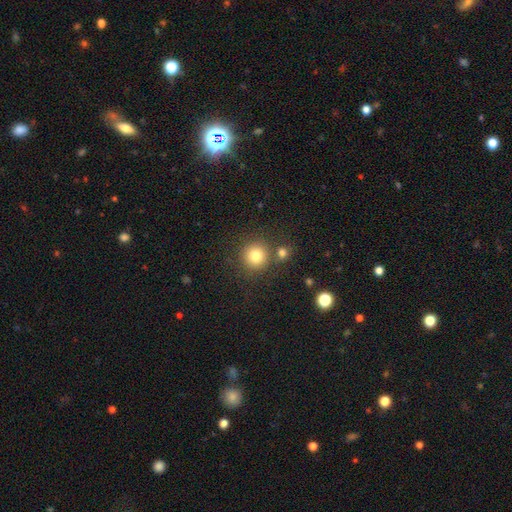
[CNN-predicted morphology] Smooth or featured?
  - smooth: 80% *
  - star or artifact: 13%
  - featured or disk: 7%
How rounded?
  - round: 93% *
  - in between: 6%
  - cigar-shaped: 1%
Merging?
  - none: 76% *
  - merger: 13%
  - minor disturbance: 8%
  - major disturbance: 3%